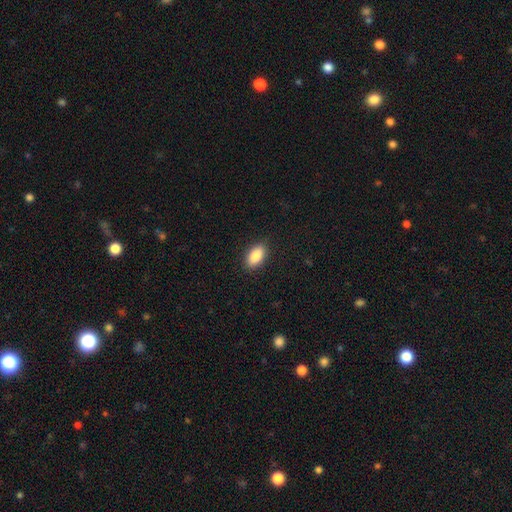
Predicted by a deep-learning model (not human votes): This appears to be a smooth galaxy with no disk features (88%) that is in between round and cigar-shaped (92%). Merging: none (89%).